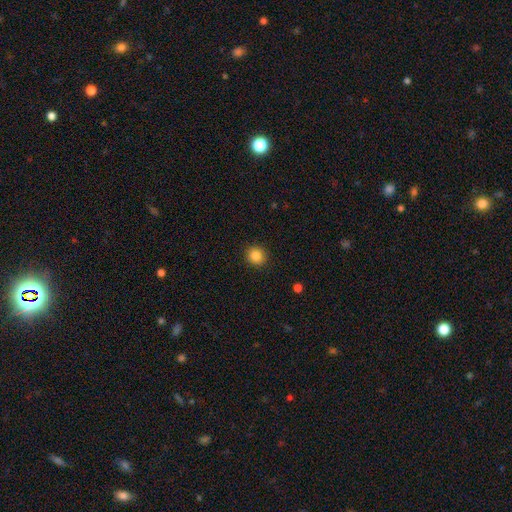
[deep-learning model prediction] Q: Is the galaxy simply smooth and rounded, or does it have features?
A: smooth — 85%.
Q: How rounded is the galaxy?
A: round — 89%.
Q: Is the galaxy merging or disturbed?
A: none — 91%.